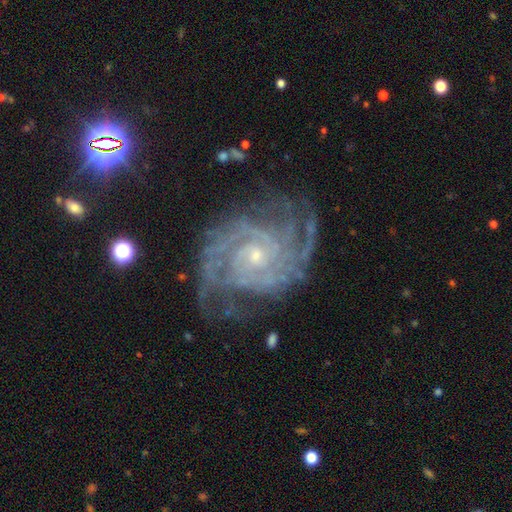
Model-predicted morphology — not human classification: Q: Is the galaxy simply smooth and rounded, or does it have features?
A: featured or disk — 91%.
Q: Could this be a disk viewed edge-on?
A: no — 98%.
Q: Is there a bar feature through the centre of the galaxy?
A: no — 70%.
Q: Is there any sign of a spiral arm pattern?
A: yes — 98%.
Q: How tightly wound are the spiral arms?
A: tight — 69%.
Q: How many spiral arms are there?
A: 2 — 28%.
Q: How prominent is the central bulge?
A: small — 75%.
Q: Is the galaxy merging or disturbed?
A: none — 69%.